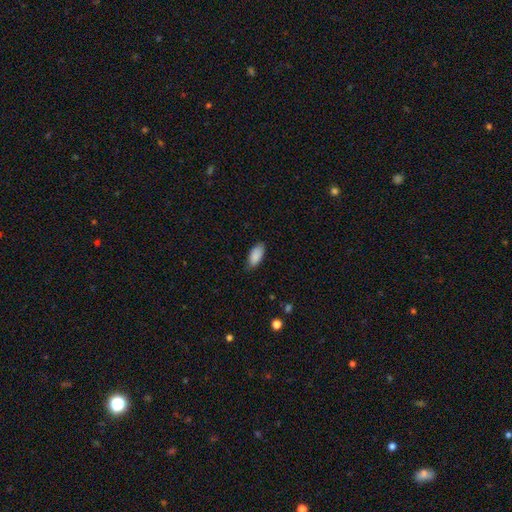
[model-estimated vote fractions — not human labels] A smooth galaxy with no disk features (89%) that is in between round and cigar-shaped (91%).

Vote fractions:
- Smooth or featured? smooth: 89% / star or artifact: 6% / featured or disk: 5%
- How rounded? in between: 91% / cigar-shaped: 7% / round: 2%
- Merging? none: 80% / minor disturbance: 16% / major disturbance: 3% / merger: 1%